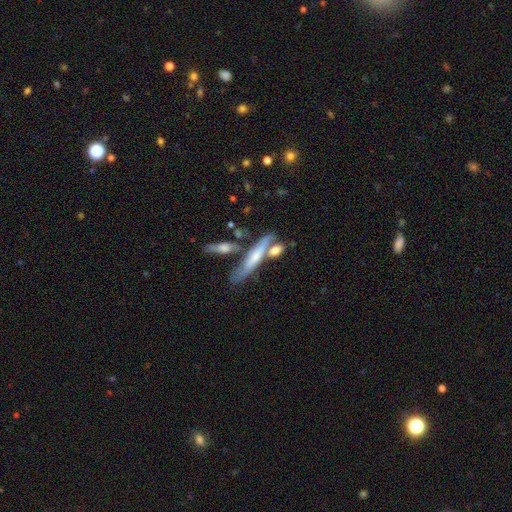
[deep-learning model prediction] The model was most divided on "smooth or featured": featured or disk: 48%, smooth: 45%, star or artifact: 7%. More confident: merging — none (51%).